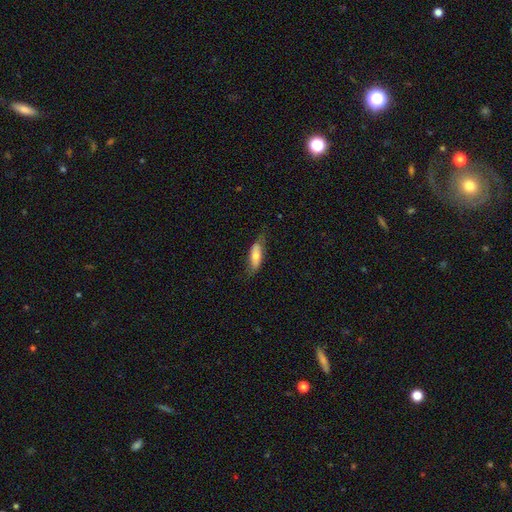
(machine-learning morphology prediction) type=smooth (62%); roundness=in between (59%); merging=none (68%).